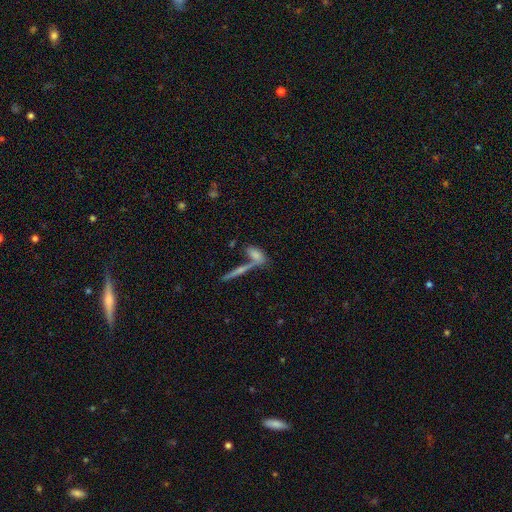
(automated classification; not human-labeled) This appears to be a smooth galaxy with no disk features (64%) that is in between round and cigar-shaped (57%). Merging: none (46%).